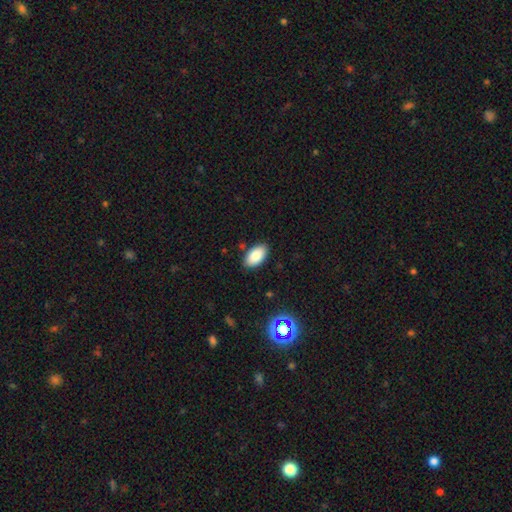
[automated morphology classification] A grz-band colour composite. It shows a smooth galaxy with no disk features (85%) that is in between round and cigar-shaped (95%). Merging: none (86%).